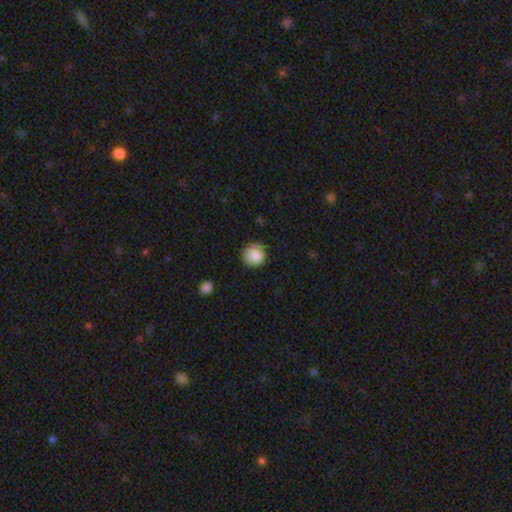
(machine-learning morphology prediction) type=smooth (84%); roundness=round (90%); merging=none (72%).